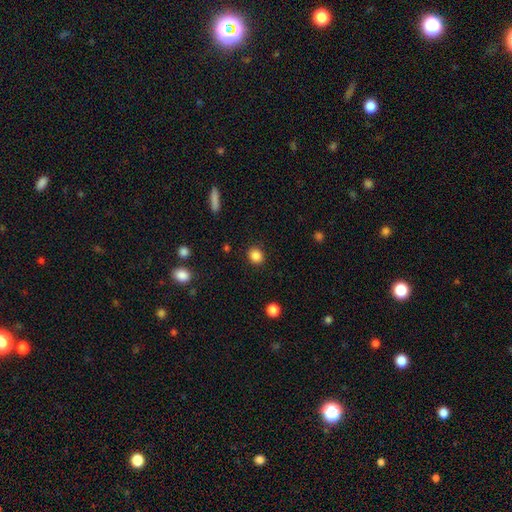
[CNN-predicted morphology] Q: Smooth or featured?
A: smooth (86%); runner-up: star or artifact (10%)
Q: How rounded?
A: round (73%); runner-up: in between (26%)
Q: Merging?
A: none (89%); runner-up: minor disturbance (7%)